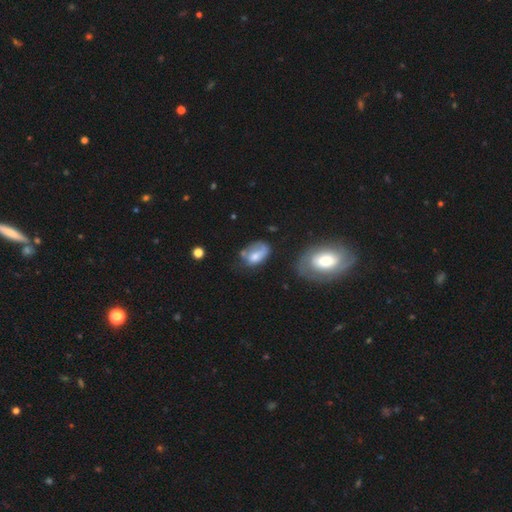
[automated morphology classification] Overall: smooth (59%; featured or disk 32%). How rounded: in between (84%). Merging: none (33%; minor disturbance 31%).